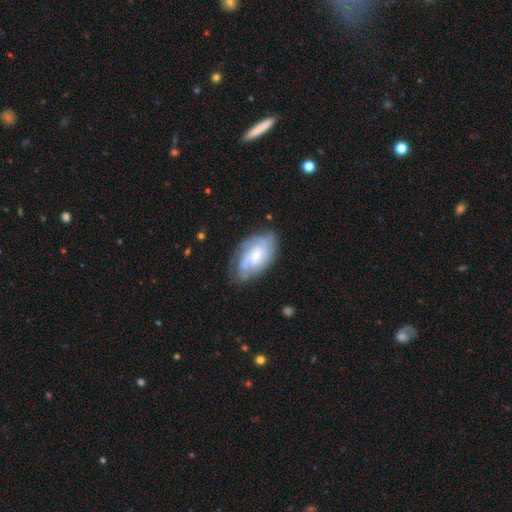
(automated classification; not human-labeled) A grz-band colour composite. It shows a featured or disk galaxy (79%) with no bar (61%), tight (59%) spiral arms (92%) and a small central bulge (58%). Merging: none (72%).